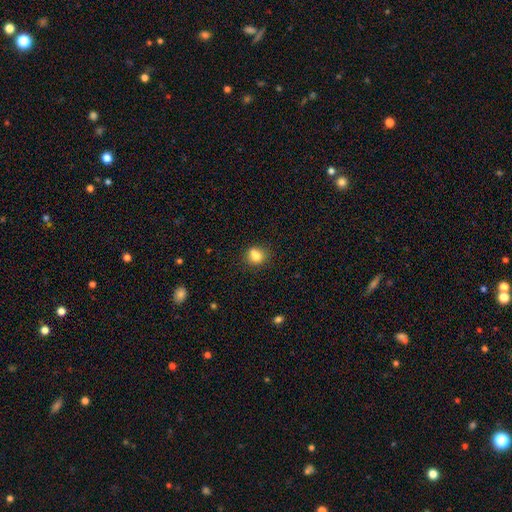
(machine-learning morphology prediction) smooth-or-featured: smooth: 77% | star or artifact: 11% | featured or disk: 11%
  how-rounded: round: 72% | in between: 27% | cigar-shaped: 1%
  merging: none: 61% | merger: 17% | minor disturbance: 17% | major disturbance: 5%